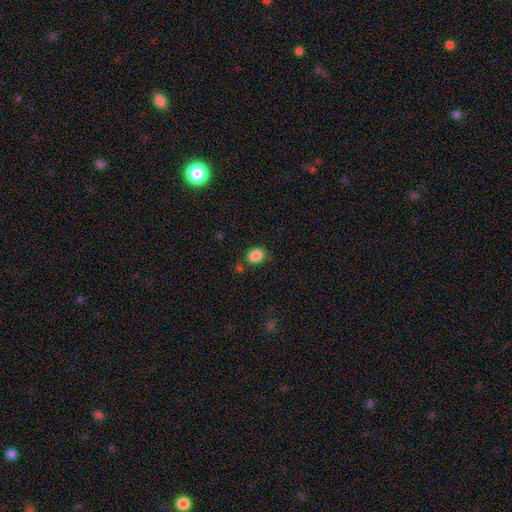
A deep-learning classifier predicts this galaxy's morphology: smooth_or_featured: smooth (p=0.87) [alt: star or artifact p=0.10]
how_rounded: round (p=0.50) [alt: in between p=0.49]
merging: none (p=0.76) [alt: minor disturbance p=0.14]